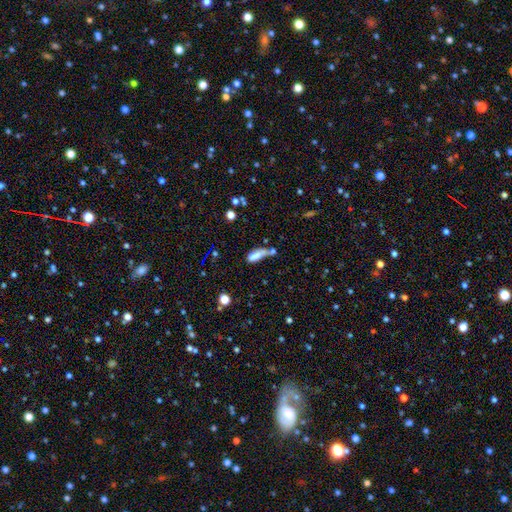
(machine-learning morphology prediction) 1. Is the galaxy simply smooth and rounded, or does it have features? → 71% smooth, 17% featured or disk, 13% star or artifact.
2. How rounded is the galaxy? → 64% in between, 32% cigar-shaped, 5% round.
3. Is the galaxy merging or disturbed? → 34% merger, 23% none, 22% major disturbance, 22% minor disturbance.